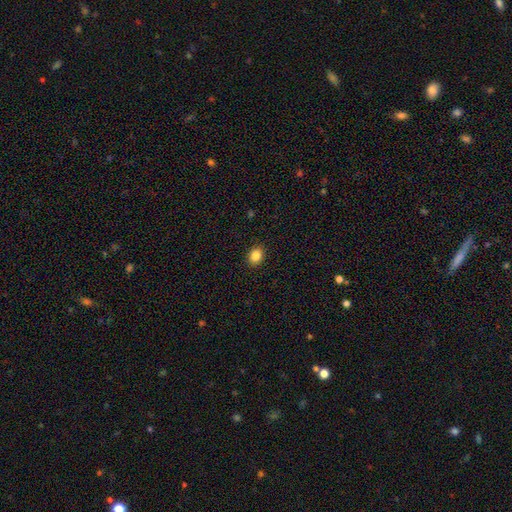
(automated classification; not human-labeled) A smooth galaxy with no disk features (85%) that is in between round and cigar-shaped (50%). Merging: none (91%).